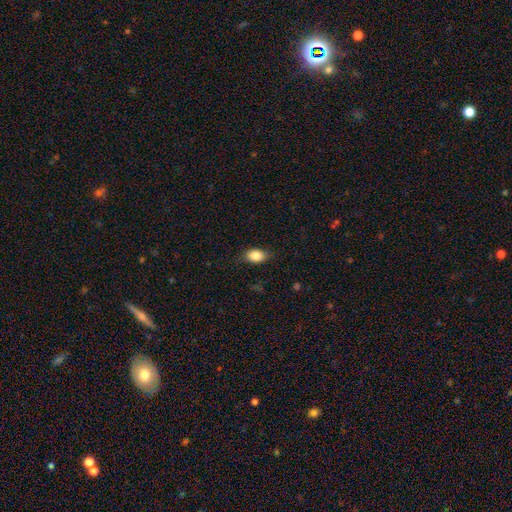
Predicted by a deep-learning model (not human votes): Q: Smooth or featured?
A: smooth (84%); runner-up: star or artifact (8%)
Q: How rounded?
A: in between (81%); runner-up: round (16%)
Q: Merging?
A: none (77%); runner-up: minor disturbance (18%)